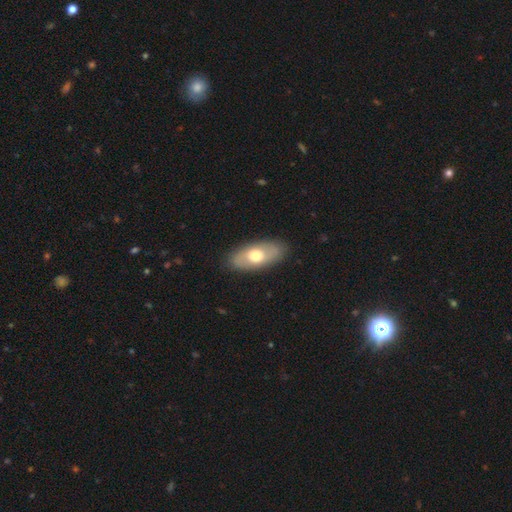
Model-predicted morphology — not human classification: smooth-or-featured: smooth: 63% | featured or disk: 32% | star or artifact: 6%
  how-rounded: in between: 88% | cigar-shaped: 8% | round: 4%
  merging: none: 85% | minor disturbance: 11% | major disturbance: 3% | merger: 1%